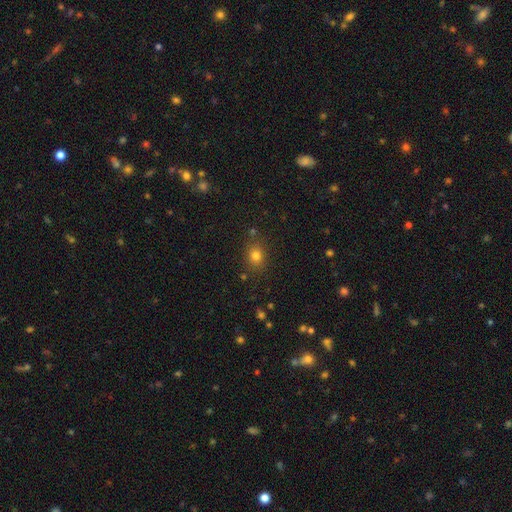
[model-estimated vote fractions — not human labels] A smooth galaxy with no disk features (78%) that is round (60%).

Vote fractions:
- Smooth or featured? smooth: 78% / star or artifact: 15% / featured or disk: 7%
- How rounded? round: 60% / in between: 39% / cigar-shaped: 1%
- Merging? none: 82% / minor disturbance: 11% / merger: 4% / major disturbance: 3%